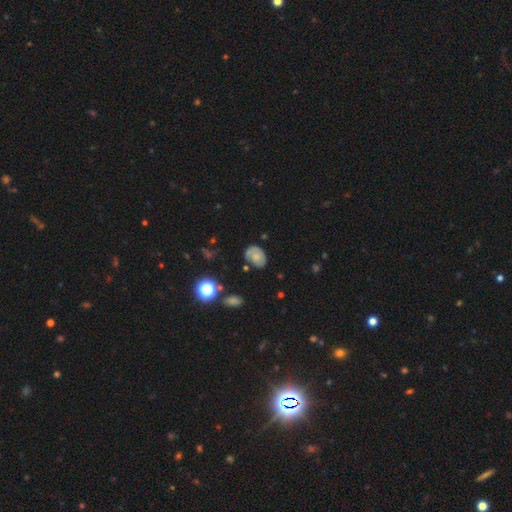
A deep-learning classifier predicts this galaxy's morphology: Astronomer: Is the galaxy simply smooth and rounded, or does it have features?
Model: smooth — 59%.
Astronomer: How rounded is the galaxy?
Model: in between — 72%.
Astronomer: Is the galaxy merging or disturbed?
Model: none — 61%.